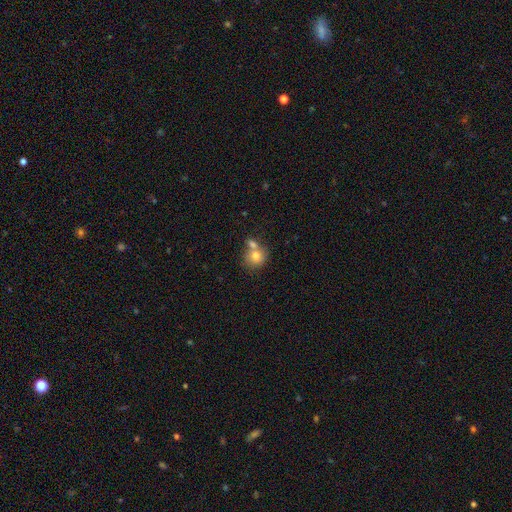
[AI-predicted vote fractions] Smooth or featured? Predicted: smooth (p=0.77). How rounded? Predicted: round (p=0.77). Merging? Predicted: merger (p=0.43, tied with none).